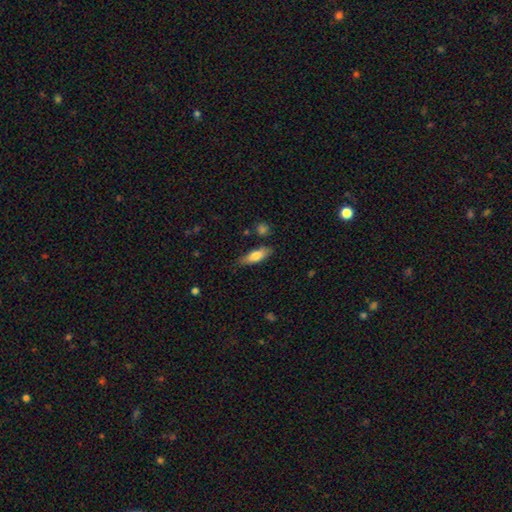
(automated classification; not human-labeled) This appears to be a smooth galaxy with no disk features (74%) that is in between round and cigar-shaped (55%). Merging: none (78%).